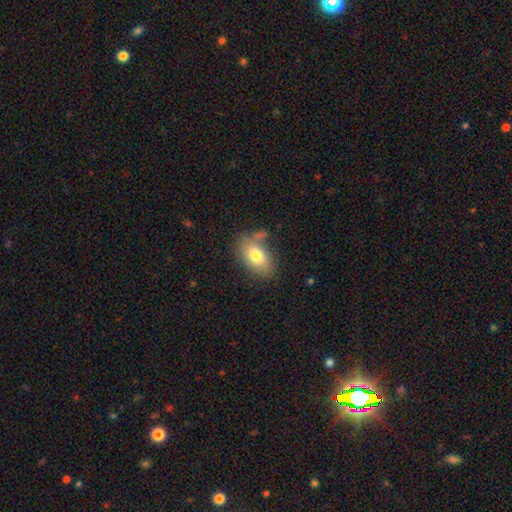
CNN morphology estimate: Overall: smooth (77%). How rounded: in between (89%). Merging: none (65%).